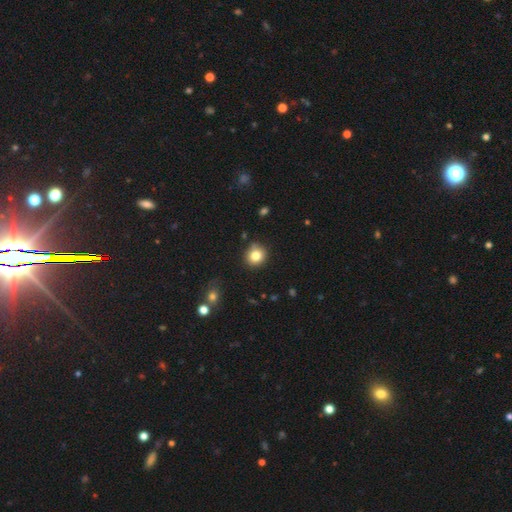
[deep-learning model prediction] This is clearly a smooth galaxy (82%). How rounded: clearly round (87%). Merging: clearly none (84%).